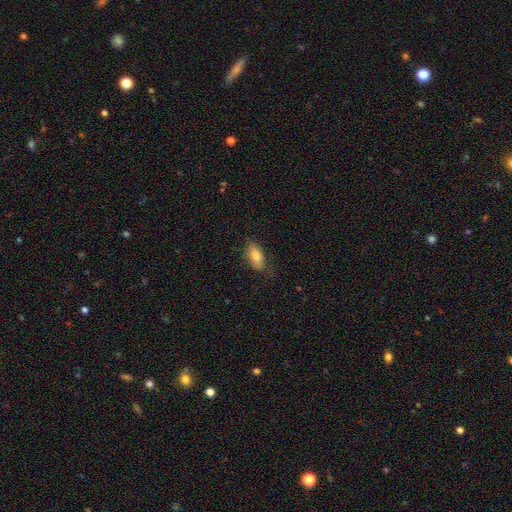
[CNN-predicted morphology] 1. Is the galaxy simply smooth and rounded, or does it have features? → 78% smooth, 15% featured or disk, 7% star or artifact.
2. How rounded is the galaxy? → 87% in between, 9% cigar-shaped, 3% round.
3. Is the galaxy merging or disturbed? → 72% none, 21% minor disturbance, 5% major disturbance, 1% merger.